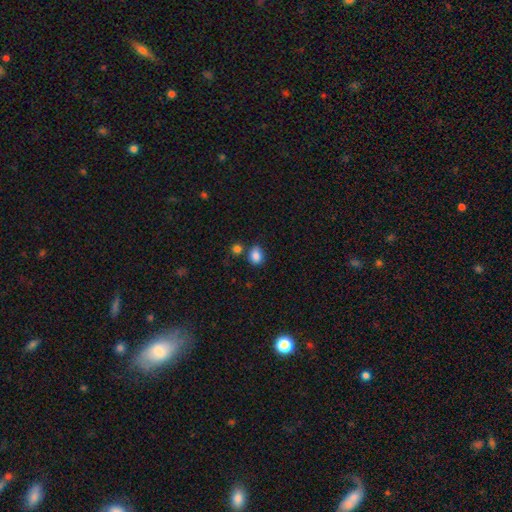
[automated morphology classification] A smooth galaxy with no disk features (86%) that is in between round and cigar-shaped (54%). Merging: none (70%).